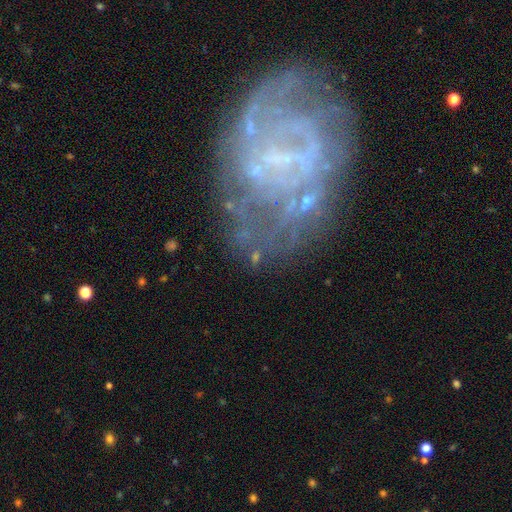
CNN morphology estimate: This is possibly a featured or disk galaxy (54%). It is clearly not viewed edge-on (94%). Bar: likely no (68%). Spiral arm pattern: possibly yes (51%). Central bulge: marginally small (43%). Merging: possibly none (59%).